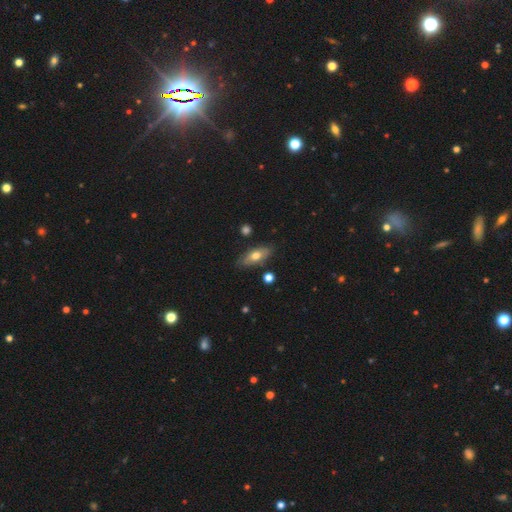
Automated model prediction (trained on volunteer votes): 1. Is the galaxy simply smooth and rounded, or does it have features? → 60% smooth, 33% featured or disk, 7% star or artifact.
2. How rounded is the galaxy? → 79% in between, 17% cigar-shaped, 5% round.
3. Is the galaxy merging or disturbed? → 79% none, 15% minor disturbance, 3% major disturbance, 3% merger.